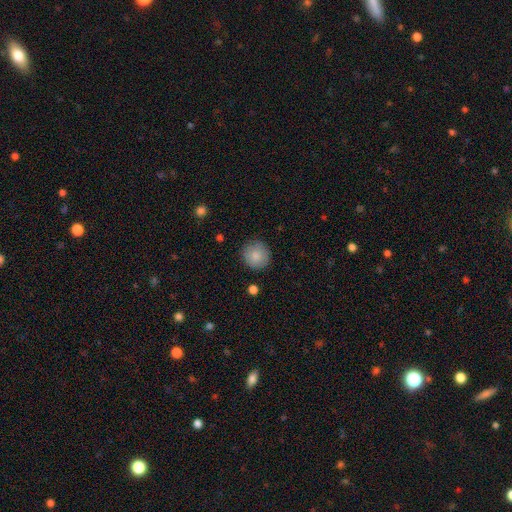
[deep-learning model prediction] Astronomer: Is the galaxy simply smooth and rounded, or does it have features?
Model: smooth — 87%.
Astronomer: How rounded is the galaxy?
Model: round — 93%.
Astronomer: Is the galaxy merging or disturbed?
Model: none — 88%.